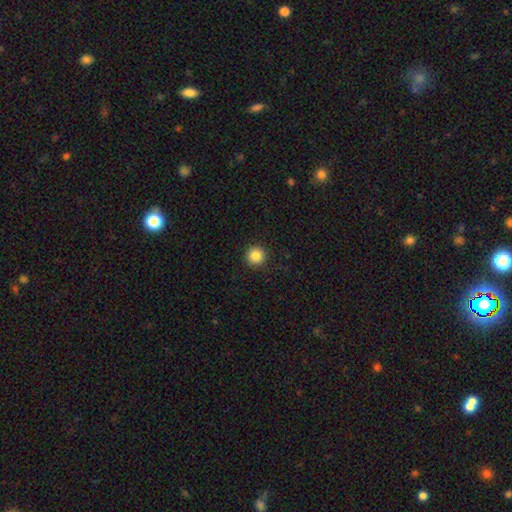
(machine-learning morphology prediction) smooth-or-featured: smooth: 86% | star or artifact: 10% | featured or disk: 4%
  how-rounded: round: 96% | in between: 3% | cigar-shaped: 1%
  merging: none: 93% | minor disturbance: 4% | major disturbance: 2% | merger: 1%